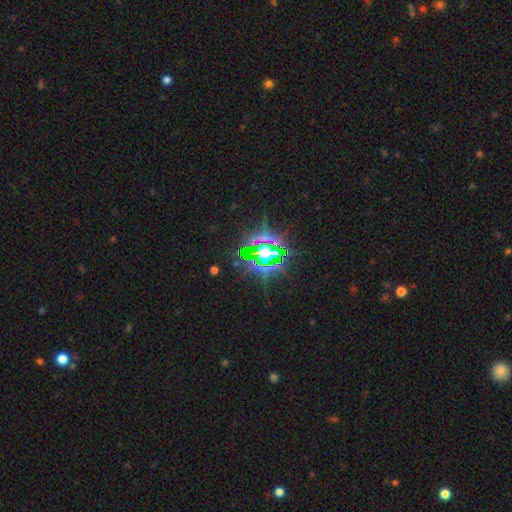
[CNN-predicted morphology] smooth_or_featured: star or artifact (p=0.83) [alt: smooth p=0.10]